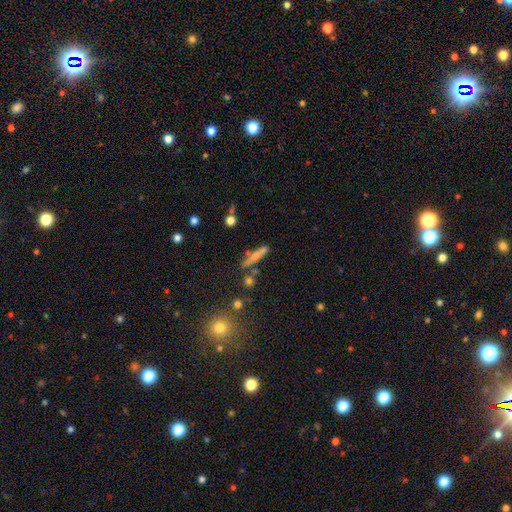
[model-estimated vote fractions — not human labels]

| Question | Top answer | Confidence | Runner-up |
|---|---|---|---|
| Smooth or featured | smooth | 63% | featured or disk (27%) |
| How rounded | cigar-shaped | 89% | in between (8%) |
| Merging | none | 71% | minor disturbance (15%) |